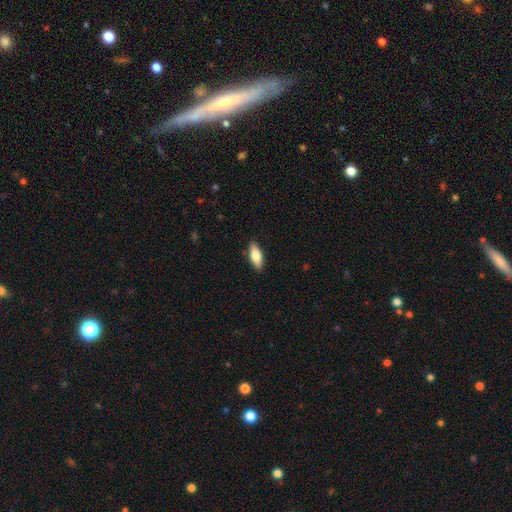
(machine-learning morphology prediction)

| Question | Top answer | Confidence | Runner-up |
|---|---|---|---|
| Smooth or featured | smooth | 75% | featured or disk (19%) |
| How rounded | in between | 72% | cigar-shaped (26%) |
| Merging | none | 89% | minor disturbance (8%) |